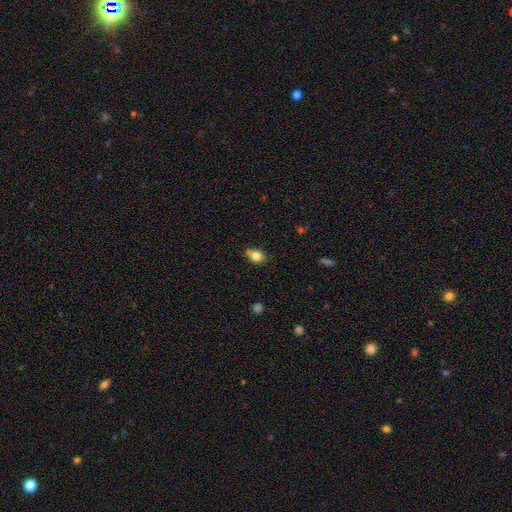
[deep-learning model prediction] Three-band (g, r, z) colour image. It shows a smooth galaxy with no disk features (80%) that is in between round and cigar-shaped (56%). Merging: none (63%).